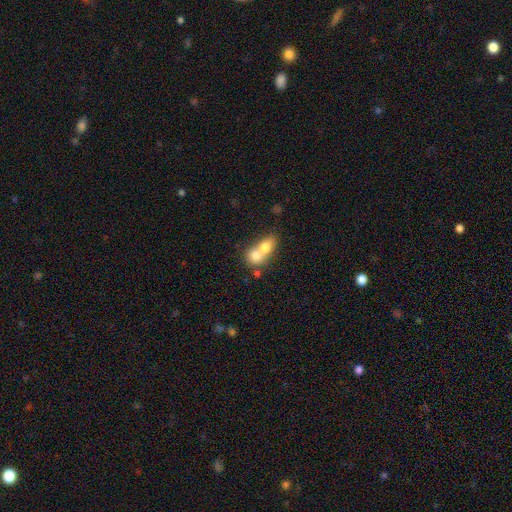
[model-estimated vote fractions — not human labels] The model was most divided on "how rounded" (2-way tie): in between: 49%, round: 49%, cigar-shaped: 3%. More confident: merging — merger (74%); smooth or featured — smooth (73%).